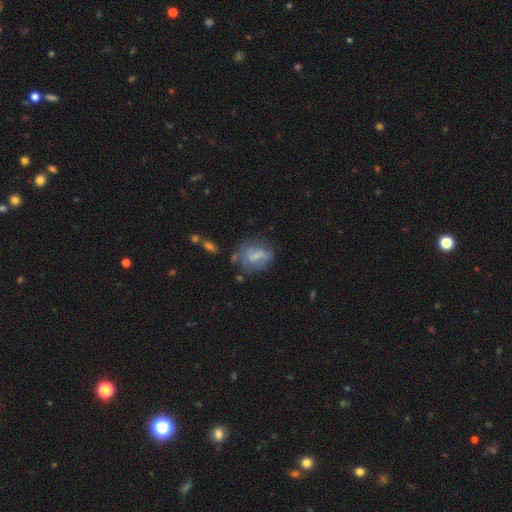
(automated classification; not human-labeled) smooth_or_featured: smooth (p=0.50) [alt: featured or disk p=0.40]
how_rounded: in between (p=0.62) [alt: round p=0.34]
merging: none (p=0.47) [alt: minor disturbance p=0.27]